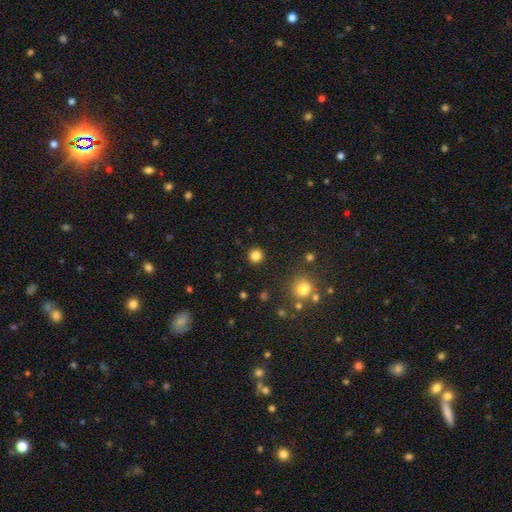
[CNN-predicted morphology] Smooth or featured: smooth — 82% (star or artifact — 13%)
How rounded: round — 94% (in between — 5%)
Merging: none — 91% (minor disturbance — 5%)